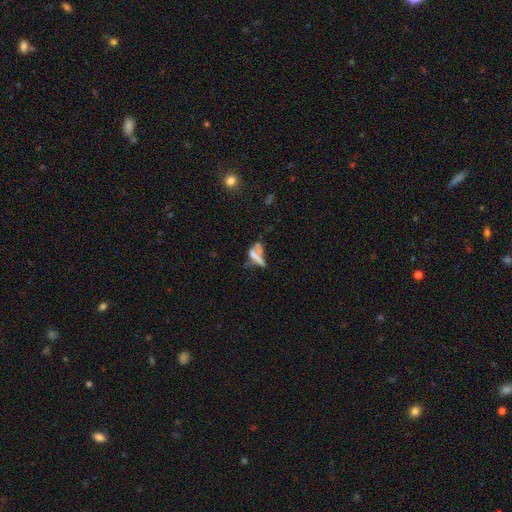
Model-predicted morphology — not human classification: The model was most divided on "smooth or featured": smooth: 47%, featured or disk: 38%, star or artifact: 15%. Remaining: merging — merger (37%).